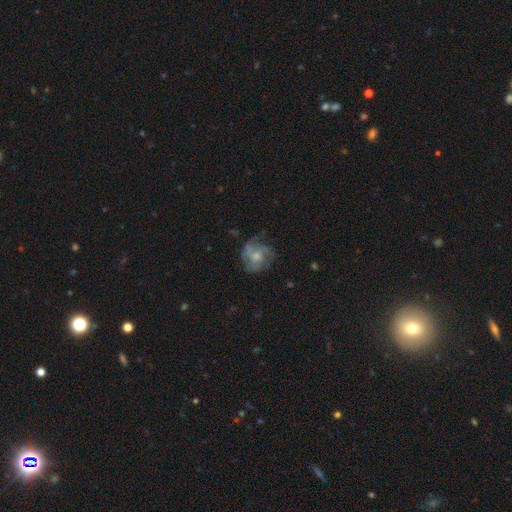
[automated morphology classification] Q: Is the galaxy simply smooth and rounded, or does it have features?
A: featured or disk — 55%.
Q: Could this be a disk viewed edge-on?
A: no — 97%.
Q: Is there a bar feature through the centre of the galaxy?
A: no — 79%.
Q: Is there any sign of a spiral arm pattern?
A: yes — 60%.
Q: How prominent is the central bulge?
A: moderate — 50%.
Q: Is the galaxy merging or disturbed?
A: none — 57%.